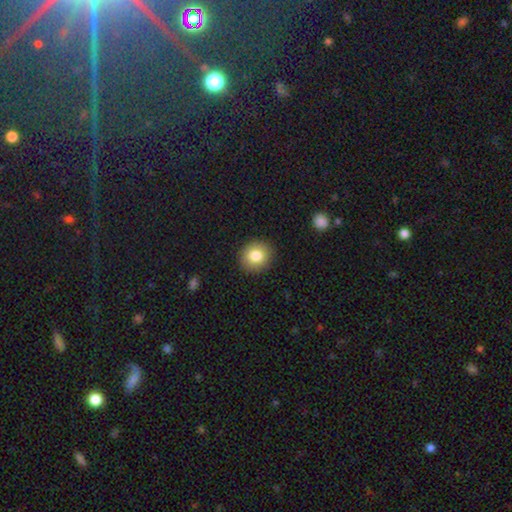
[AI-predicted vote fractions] smooth 82%, star or artifact 9%, featured or disk 9%. Down the decision tree: how rounded — round (84%); merging — none (91%).